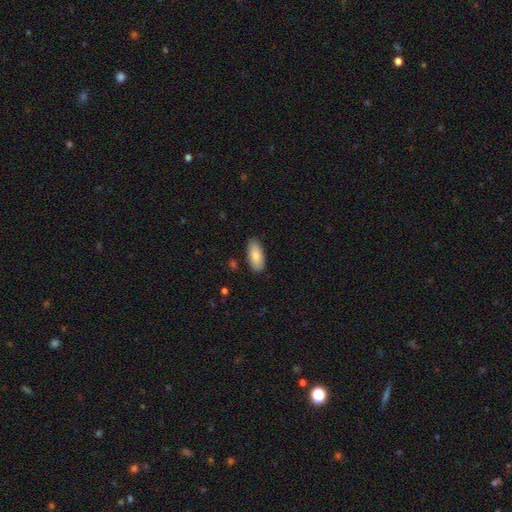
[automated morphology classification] smooth 85%, featured or disk 9%, star or artifact 6%. Down the decision tree: how rounded — in between (86%); merging — none (86%).